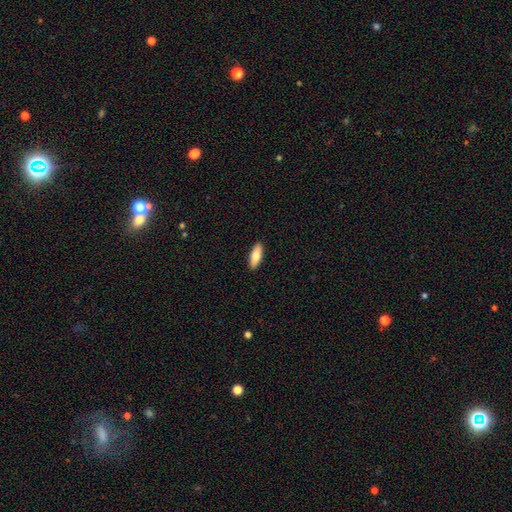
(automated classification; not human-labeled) The model was most divided on "how rounded": in between: 70%, cigar-shaped: 28%, round: 2%. More confident: merging — none (90%); smooth or featured — smooth (78%).